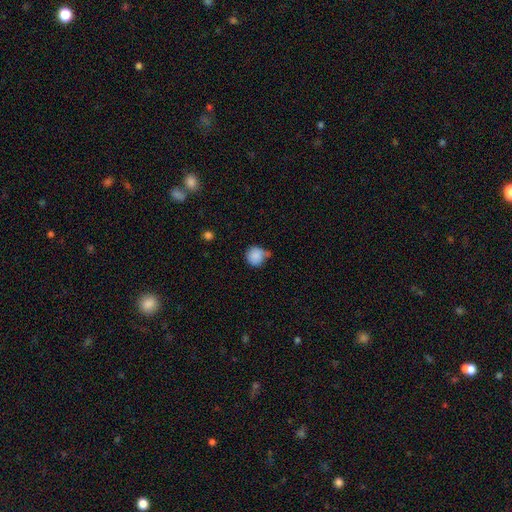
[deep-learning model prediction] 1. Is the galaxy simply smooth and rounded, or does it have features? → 87% smooth, 9% star or artifact, 5% featured or disk.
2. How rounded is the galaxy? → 90% round, 9% in between, 1% cigar-shaped.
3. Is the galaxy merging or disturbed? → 55% none, 26% minor disturbance, 12% merger, 7% major disturbance.